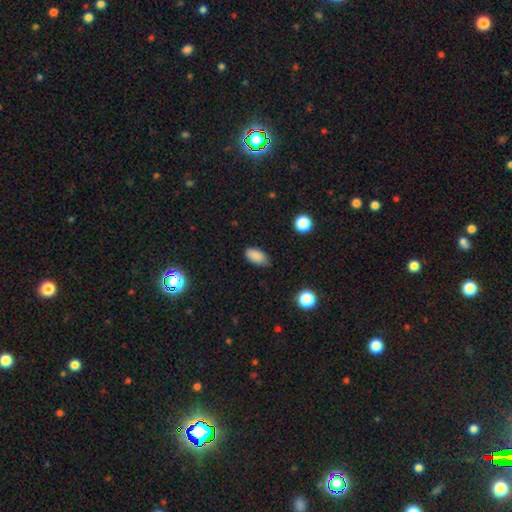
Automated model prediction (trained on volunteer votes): Smooth or featured?
  - smooth: 86% *
  - star or artifact: 9%
  - featured or disk: 4%
How rounded?
  - in between: 92% *
  - round: 5%
  - cigar-shaped: 3%
Merging?
  - none: 75% *
  - minor disturbance: 21%
  - major disturbance: 3%
  - merger: 1%